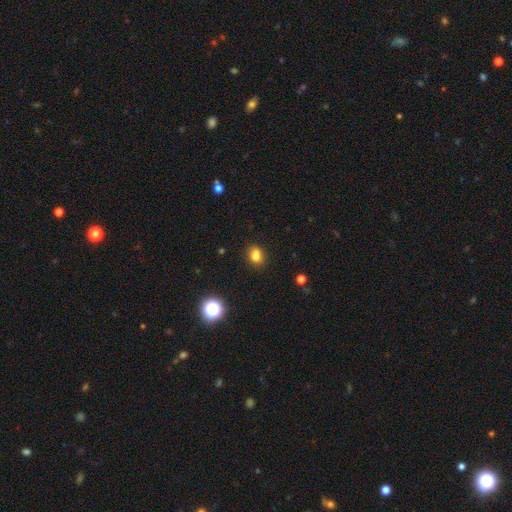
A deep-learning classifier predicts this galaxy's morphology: Q: Smooth or featured?
A: smooth (78%); runner-up: star or artifact (14%)
Q: How rounded?
A: in between (52%); runner-up: round (46%)
Q: Merging?
A: none (71%); runner-up: minor disturbance (15%)